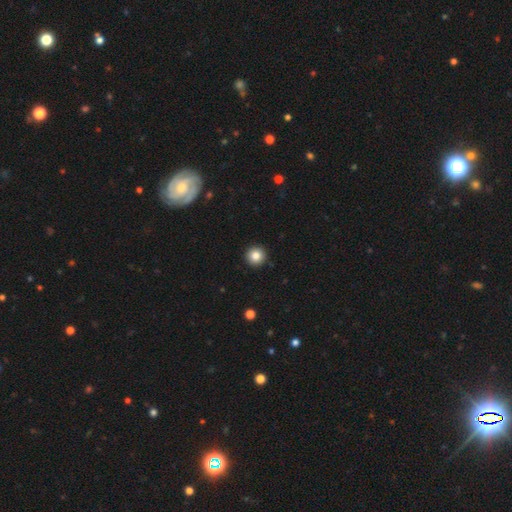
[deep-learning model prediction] This appears to be a smooth galaxy with no disk features (84%) that is round (96%). Merging: none (93%).